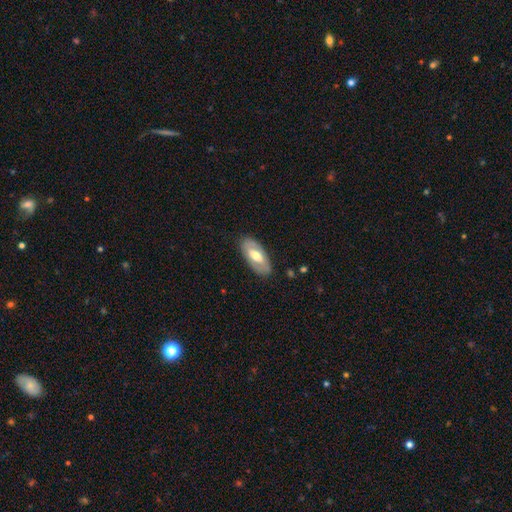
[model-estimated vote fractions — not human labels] Smooth or featured? featured or disk (49%)
Merging? none (84%)